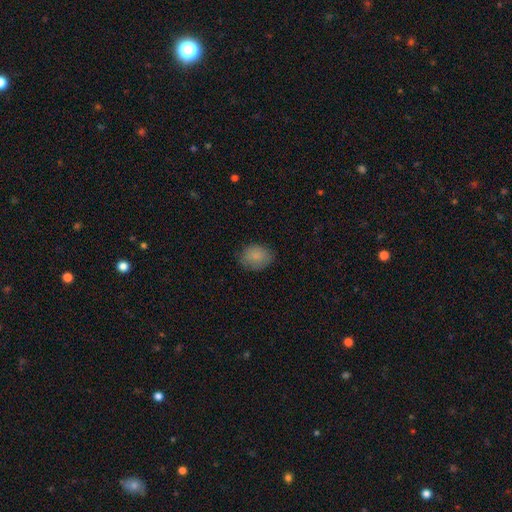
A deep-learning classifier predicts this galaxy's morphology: Smooth or featured? Predicted: smooth (p=0.85). How rounded? Predicted: round (p=0.52). Merging? Predicted: none (p=0.77).